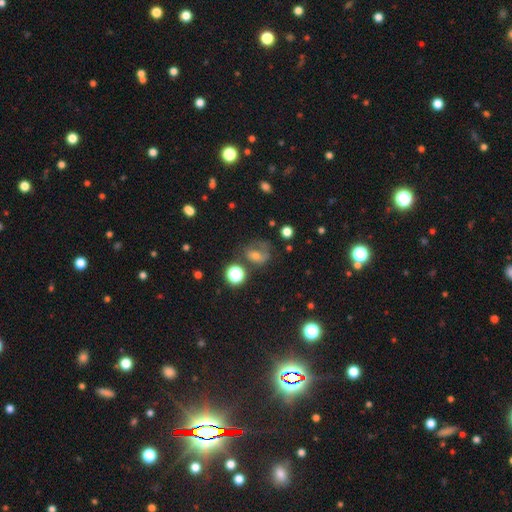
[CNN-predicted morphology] Smooth or featured? smooth (43%)
Merging? none (50%)